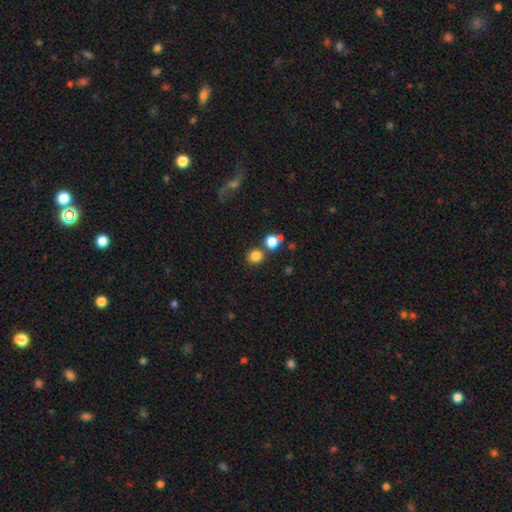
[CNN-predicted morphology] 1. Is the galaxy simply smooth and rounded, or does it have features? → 81% smooth, 14% star or artifact, 5% featured or disk.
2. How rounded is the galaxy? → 85% round, 14% in between, 1% cigar-shaped.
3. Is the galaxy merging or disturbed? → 71% none, 17% merger, 8% minor disturbance, 3% major disturbance.